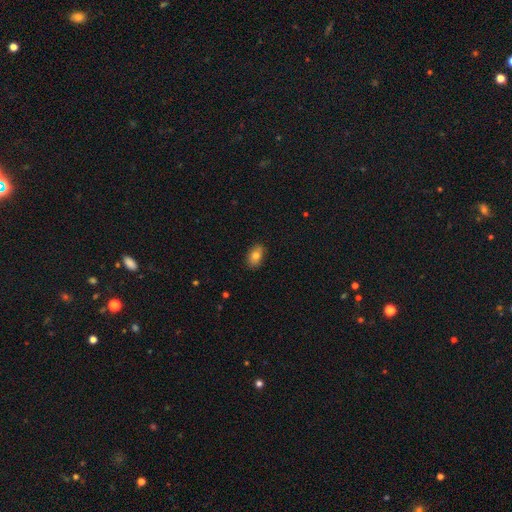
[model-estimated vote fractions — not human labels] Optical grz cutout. It shows a smooth galaxy with no disk features (78%) that is in between round and cigar-shaped (87%). Merging: none (86%).